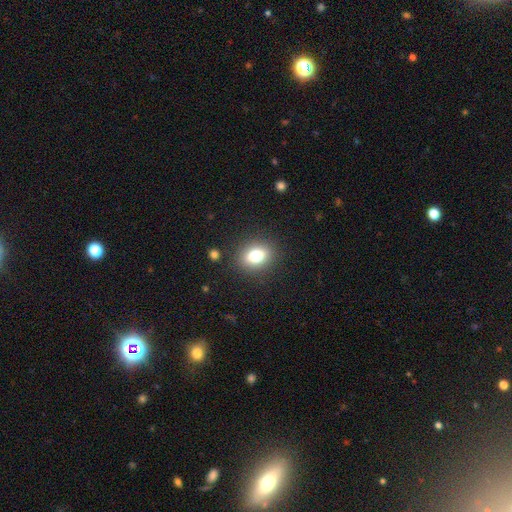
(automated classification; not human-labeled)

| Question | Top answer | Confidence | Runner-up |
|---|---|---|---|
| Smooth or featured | smooth | 78% | star or artifact (11%) |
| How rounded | in between | 60% | round (39%) |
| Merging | none | 87% | minor disturbance (8%) |